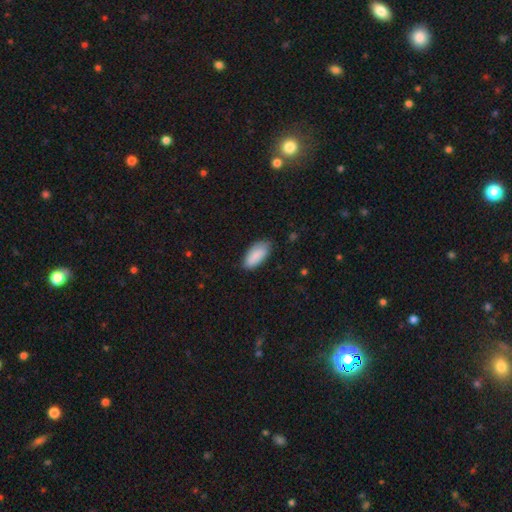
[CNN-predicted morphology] Smooth or featured? Predicted: smooth (p=0.87). How rounded? Predicted: in between (p=0.89). Merging? Predicted: none (p=0.76).